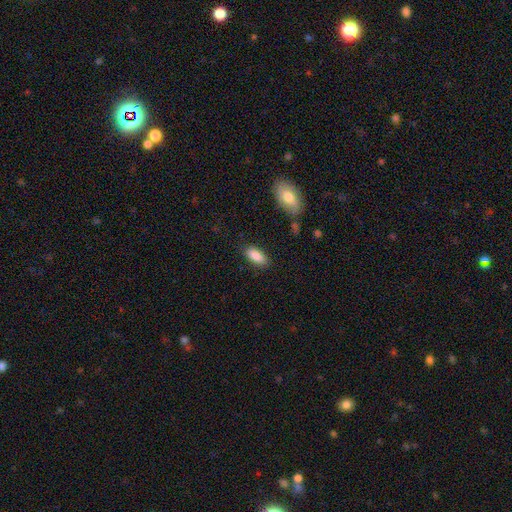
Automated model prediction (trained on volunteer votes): This is clearly a smooth galaxy (87%). How rounded: clearly in between (85%). Merging: clearly none (85%).